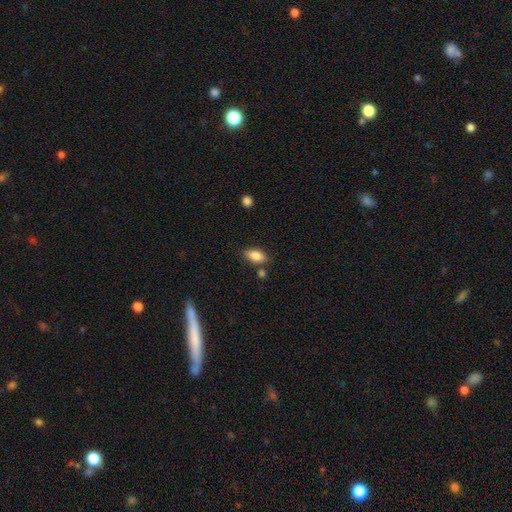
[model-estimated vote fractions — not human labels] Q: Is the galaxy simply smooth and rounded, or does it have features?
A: smooth — 84%.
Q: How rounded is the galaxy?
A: in between — 89%.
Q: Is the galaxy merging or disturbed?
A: none — 78%.